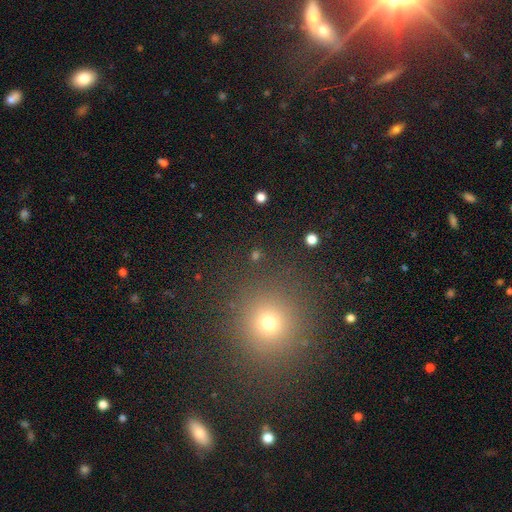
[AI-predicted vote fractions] smooth 59%, star or artifact 33%, featured or disk 8%. Down the decision tree: how rounded — round (87%); merging — none (85%).